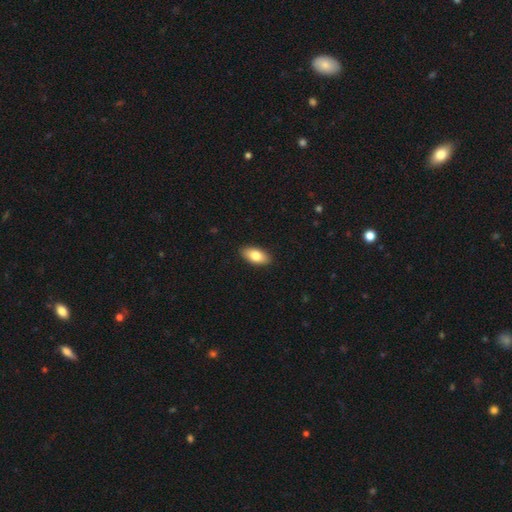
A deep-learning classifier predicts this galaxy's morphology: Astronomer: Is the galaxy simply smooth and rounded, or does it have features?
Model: smooth — 80%.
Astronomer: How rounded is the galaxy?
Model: in between — 91%.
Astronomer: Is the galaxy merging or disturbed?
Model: none — 90%.